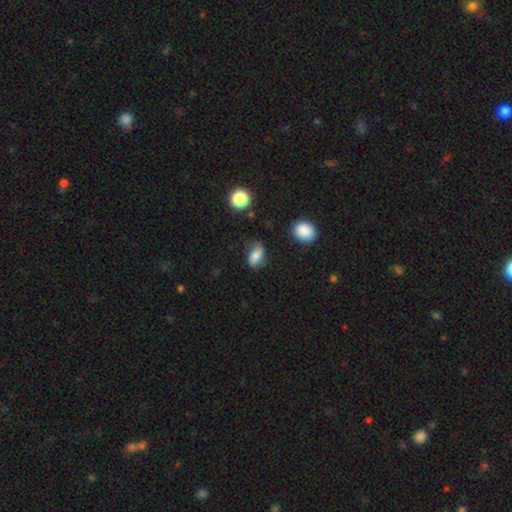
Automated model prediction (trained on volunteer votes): smooth 64%, featured or disk 26%, star or artifact 10%. Down the decision tree: how rounded — in between (81%); merging — none (60%).